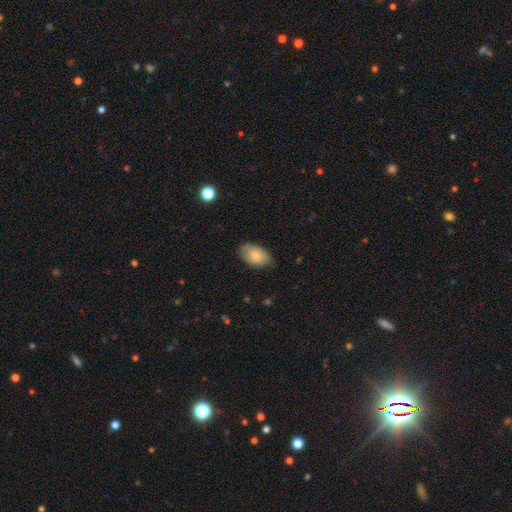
Overall: smooth (81%). How rounded: in between (97%). Merging: none (54%; minor disturbance 43%).